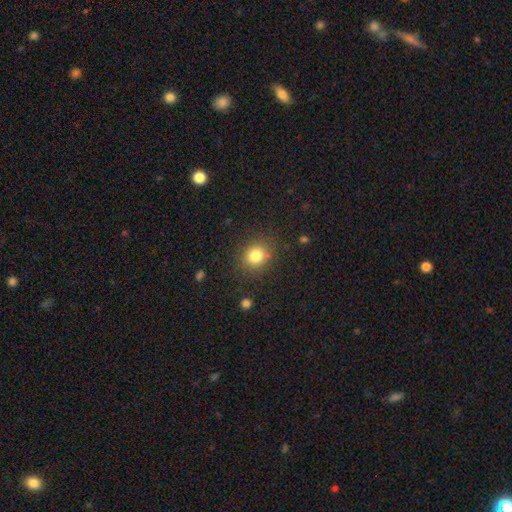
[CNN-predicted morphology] smooth-or-featured: smooth: 81% | star or artifact: 12% | featured or disk: 7%
  how-rounded: round: 73% | in between: 26% | cigar-shaped: 1%
  merging: none: 84% | minor disturbance: 11% | major disturbance: 4% | merger: 2%